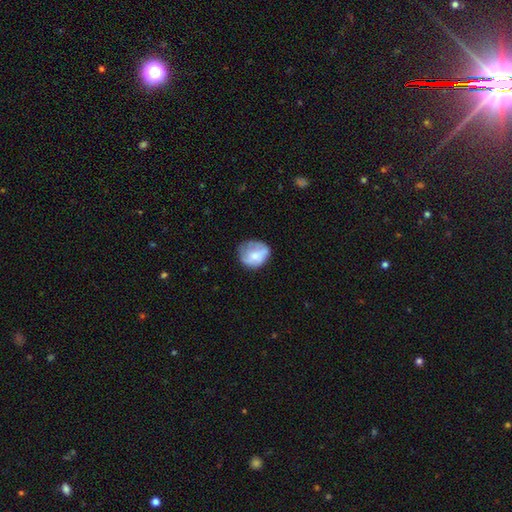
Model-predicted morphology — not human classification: Smooth or featured? smooth (63%)
How rounded? round (73%)
Merging? none (58%)